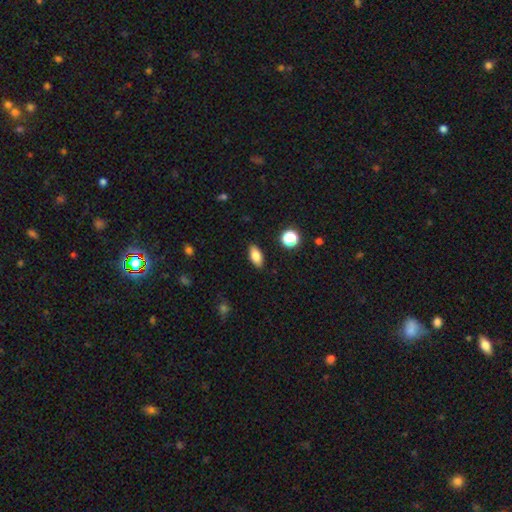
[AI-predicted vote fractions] A smooth galaxy with no disk features (81%) that is in between round and cigar-shaped (86%). Merging: none (88%).